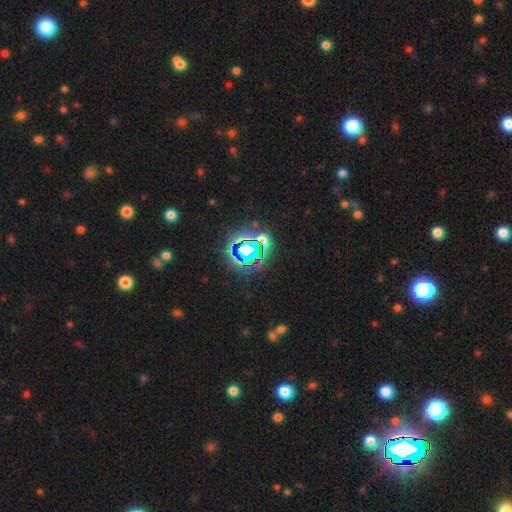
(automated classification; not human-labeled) A star or artifact, not a galaxy (79%).

Vote fractions:
- Smooth or featured? star or artifact: 79% / smooth: 13% / featured or disk: 8%